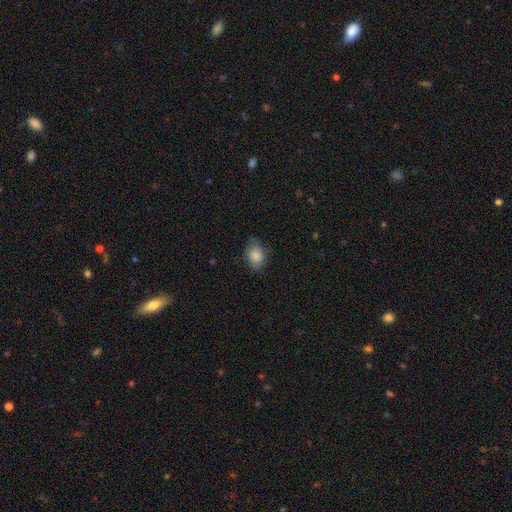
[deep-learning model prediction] smooth-or-featured: smooth: 85% | featured or disk: 8% | star or artifact: 7%
  how-rounded: in between: 76% | round: 23% | cigar-shaped: 1%
  merging: none: 73% | minor disturbance: 21% | major disturbance: 5% | merger: 1%